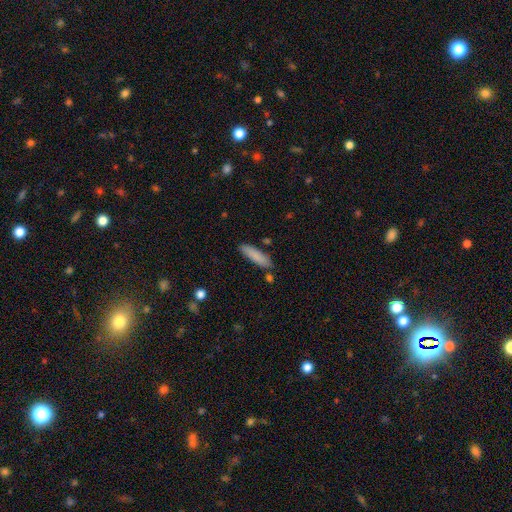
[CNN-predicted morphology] This appears to be a smooth galaxy with no disk features (85%) that is cigar-shaped (72%). Merging: none (82%).